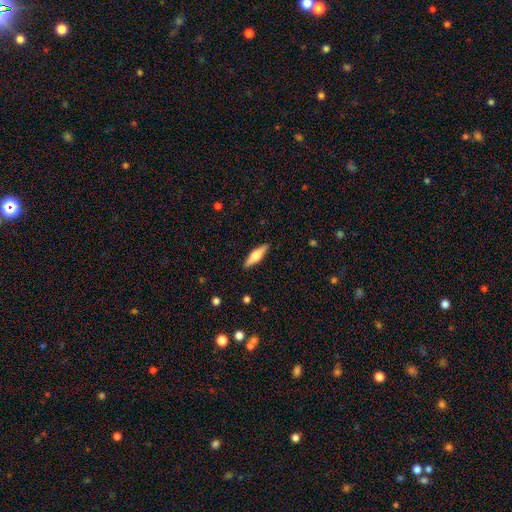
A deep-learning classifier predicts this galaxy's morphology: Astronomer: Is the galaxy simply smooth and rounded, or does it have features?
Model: smooth — 47%, tied with featured or disk at 47%.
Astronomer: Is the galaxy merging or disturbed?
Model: none — 89%.